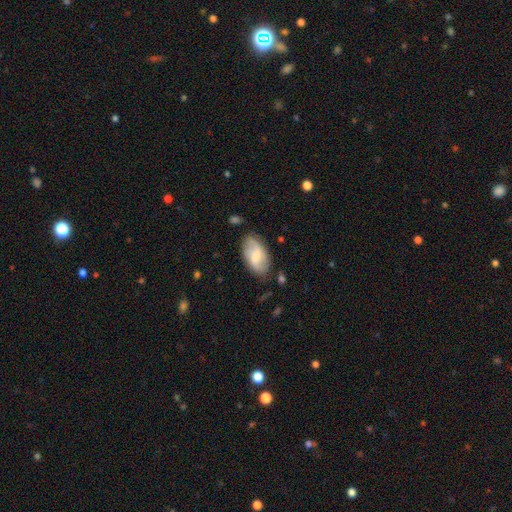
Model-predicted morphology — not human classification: featured or disk 47%, smooth 46%, star or artifact 7%. Down the decision tree: merging — none (77%).